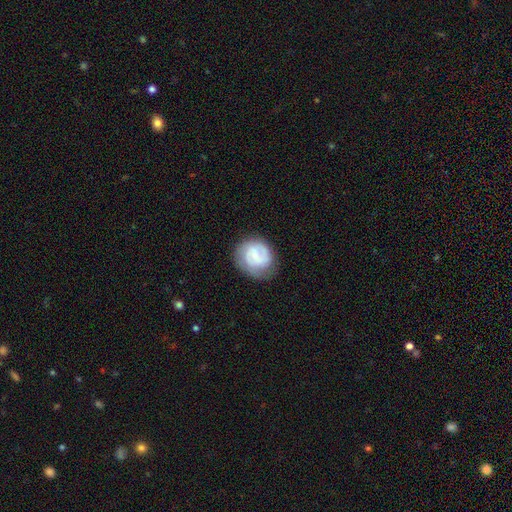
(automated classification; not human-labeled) smooth_or_featured: featured or disk (p=0.59) [alt: smooth p=0.35]
disk_edge_on: no (p=0.98) [alt: yes p=0.02]
bar: weak (p=0.50) [alt: no p=0.39]
has_spiral_arms: yes (p=0.86) [alt: no p=0.14]
spiral_winding: tight (p=0.49) [alt: medium p=0.37]
spiral_arm_count: 2 (p=0.56) [alt: can't tell p=0.22]
bulge_size: small (p=0.59) [alt: moderate p=0.20]
merging: none (p=0.70) [alt: minor disturbance p=0.19]